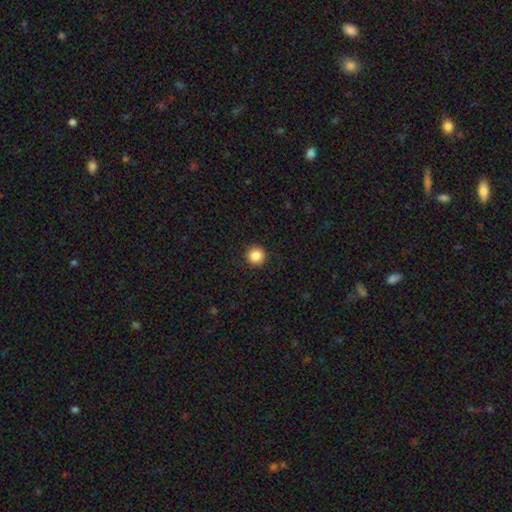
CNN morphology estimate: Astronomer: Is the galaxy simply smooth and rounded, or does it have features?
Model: smooth — 87%.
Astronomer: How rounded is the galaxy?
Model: round — 96%.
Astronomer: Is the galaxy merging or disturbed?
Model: none — 93%.